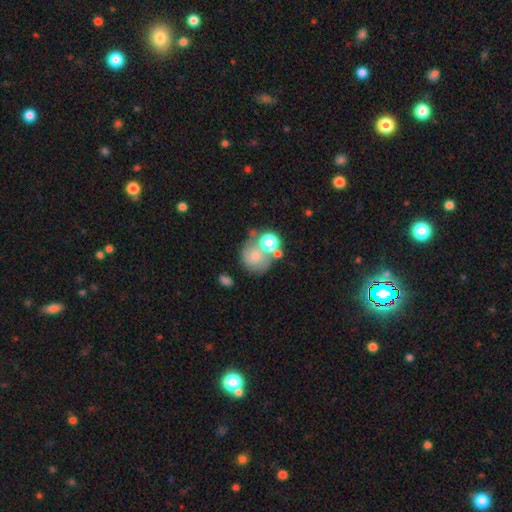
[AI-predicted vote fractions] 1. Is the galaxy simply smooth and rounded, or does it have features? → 62% smooth, 25% featured or disk, 13% star or artifact.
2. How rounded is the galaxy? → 73% round, 26% in between, 1% cigar-shaped.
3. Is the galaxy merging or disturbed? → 36% none, 35% merger, 16% minor disturbance, 13% major disturbance.